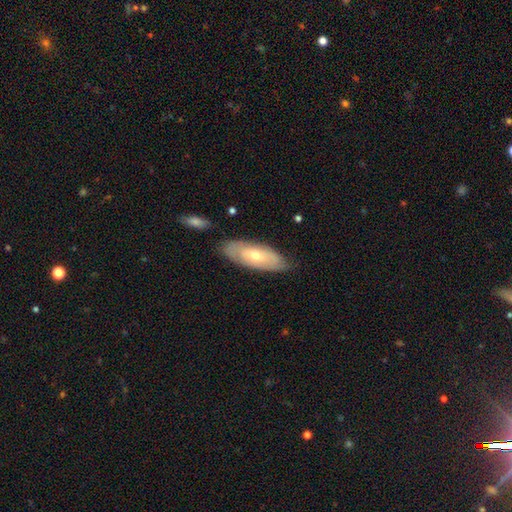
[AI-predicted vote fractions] Smooth or featured: featured or disk — 50% (smooth — 44%)
Edge-on disk: no — 78% (yes — 22%)
Merging: none — 78% (minor disturbance — 17%)